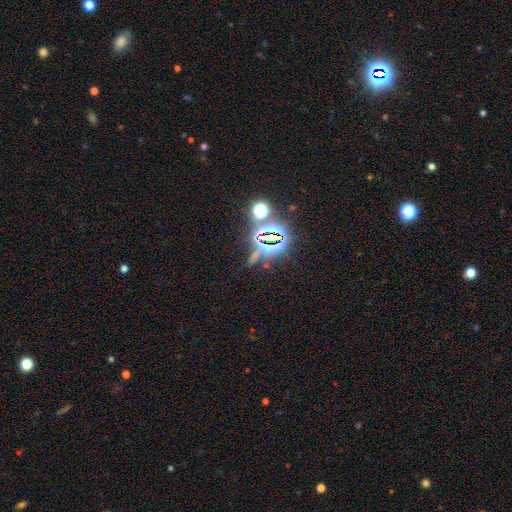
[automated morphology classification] smooth_or_featured: star or artifact (p=0.77) [alt: smooth p=0.14]